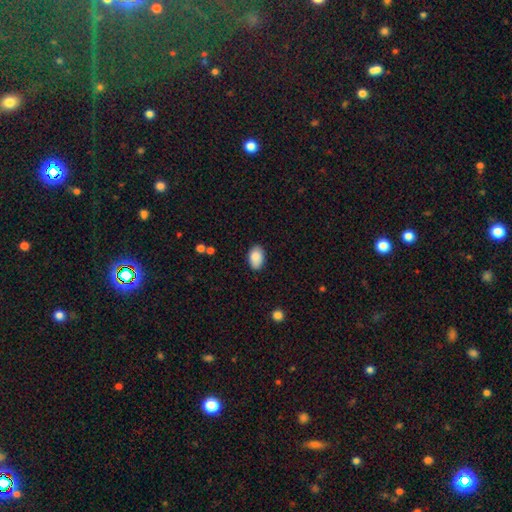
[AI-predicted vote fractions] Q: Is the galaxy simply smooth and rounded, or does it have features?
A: smooth — 88%.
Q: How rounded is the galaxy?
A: in between — 91%.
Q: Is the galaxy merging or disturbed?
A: none — 85%.